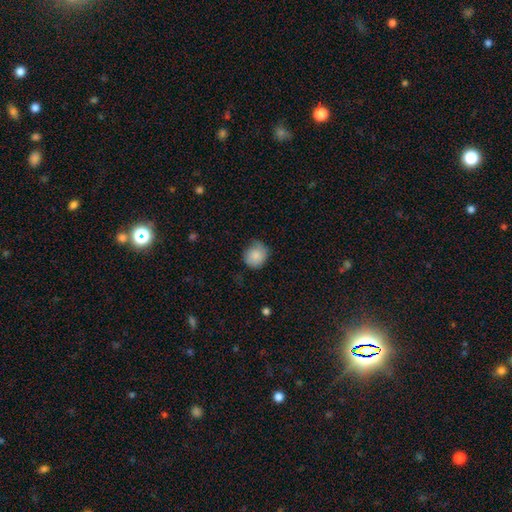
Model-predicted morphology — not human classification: smooth 84%, featured or disk 8%, star or artifact 8%. Down the decision tree: how rounded — round (83%); merging — none (63%).